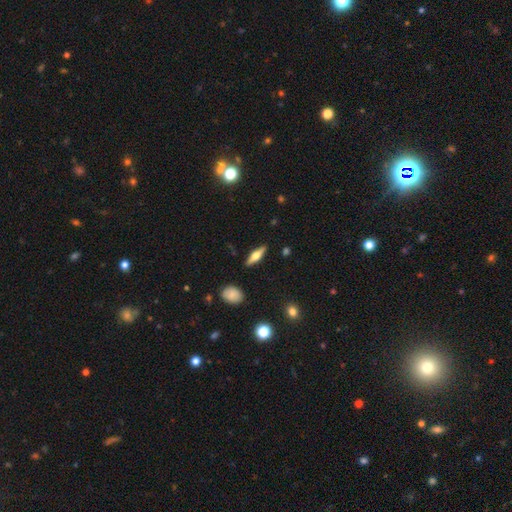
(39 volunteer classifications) This appears to be a featured or disk galaxy (67%) viewed edge-on (100%) with a rounded central bulge (100%). Merging: none (91%).